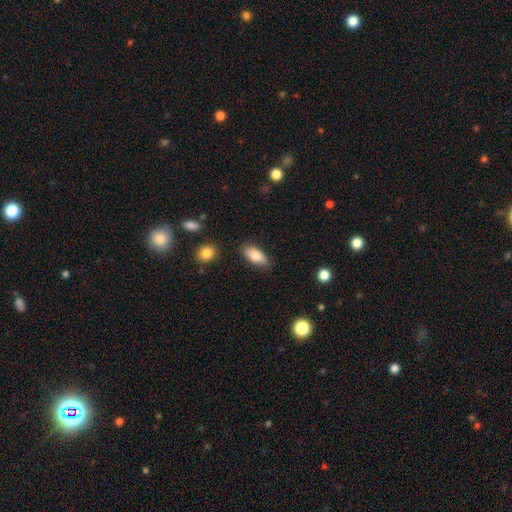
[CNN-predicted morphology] Smooth or featured?
  - smooth: 79% *
  - featured or disk: 14%
  - star or artifact: 7%
How rounded?
  - in between: 86% *
  - cigar-shaped: 11%
  - round: 3%
Merging?
  - none: 85% *
  - minor disturbance: 11%
  - major disturbance: 2%
  - merger: 2%